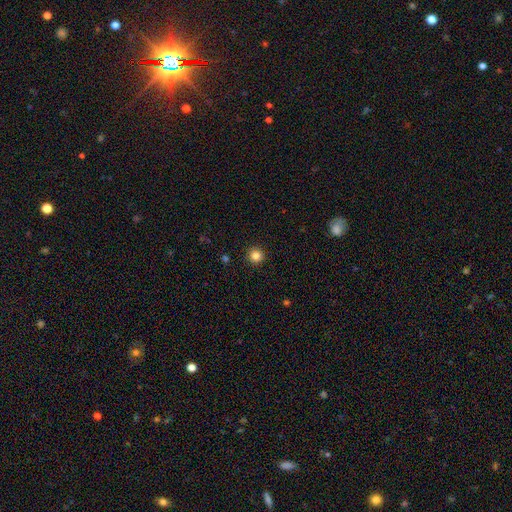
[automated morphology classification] This is clearly a smooth galaxy (84%). How rounded: clearly round (95%). Merging: clearly none (93%).